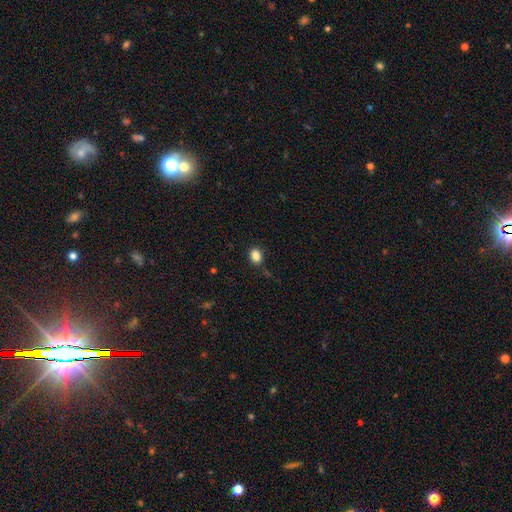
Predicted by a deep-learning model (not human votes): Q: Smooth or featured?
A: smooth (86%); runner-up: star or artifact (10%)
Q: How rounded?
A: in between (65%); runner-up: round (34%)
Q: Merging?
A: none (82%); runner-up: minor disturbance (13%)